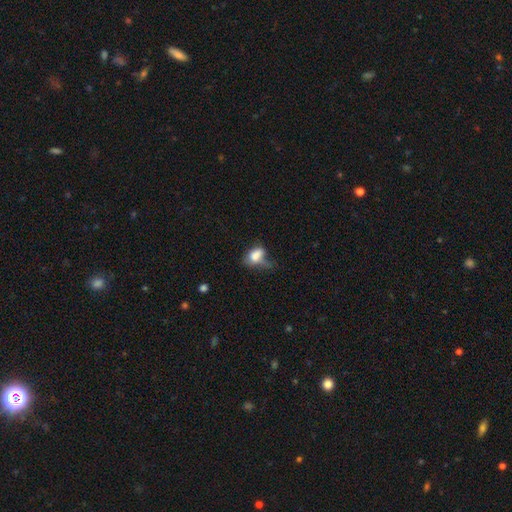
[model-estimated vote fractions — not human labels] Smooth or featured? Predicted: smooth (p=0.78). How rounded? Predicted: in between (p=0.82). Merging? Predicted: major disturbance (p=0.33).